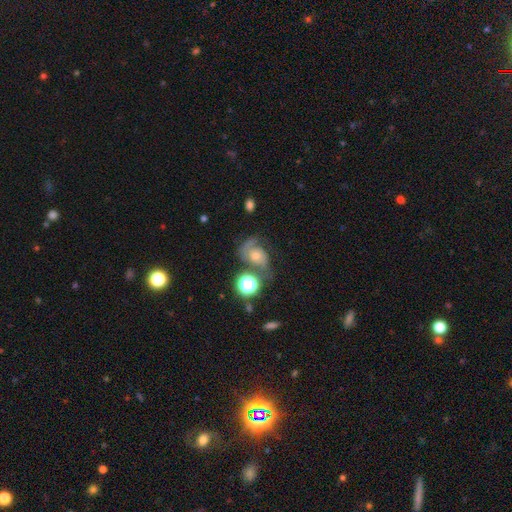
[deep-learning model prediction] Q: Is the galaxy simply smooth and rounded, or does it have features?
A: featured or disk — 64%.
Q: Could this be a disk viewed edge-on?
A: no — 97%.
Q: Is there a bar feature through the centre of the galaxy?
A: no — 69%.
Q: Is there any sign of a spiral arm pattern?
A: yes — 89%.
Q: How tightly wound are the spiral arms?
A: medium — 48%.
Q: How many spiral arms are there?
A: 2 — 67%.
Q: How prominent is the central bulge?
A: moderate — 54%.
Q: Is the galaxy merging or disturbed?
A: none — 51%.